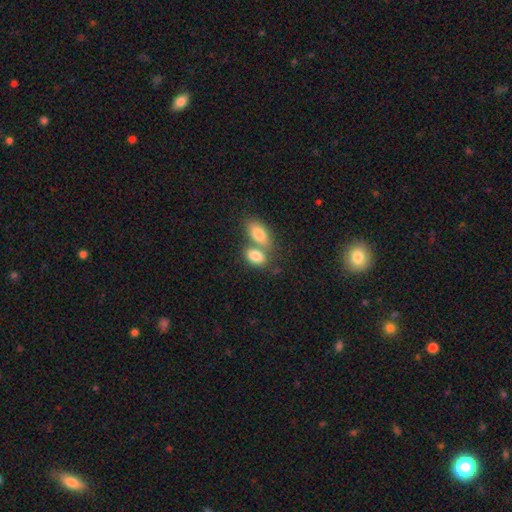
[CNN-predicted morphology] Smooth or featured: smooth — 83% (featured or disk — 10%)
How rounded: in between — 89% (round — 9%)
Merging: merger — 55% (none — 33%)